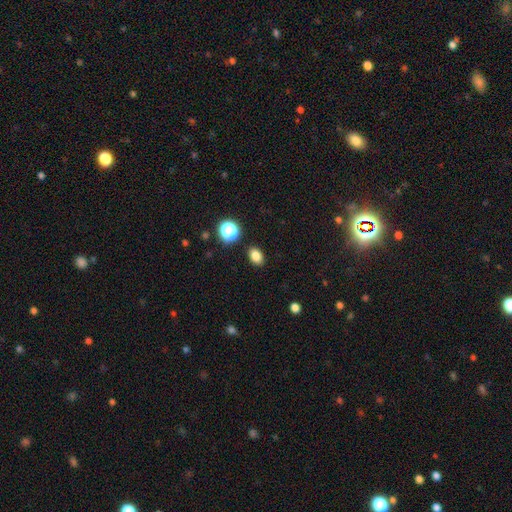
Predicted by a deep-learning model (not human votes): Smooth or featured?
  - smooth: 83% *
  - star or artifact: 12%
  - featured or disk: 5%
How rounded?
  - in between: 76% *
  - round: 23%
  - cigar-shaped: 1%
Merging?
  - none: 88% *
  - minor disturbance: 8%
  - major disturbance: 2%
  - merger: 2%